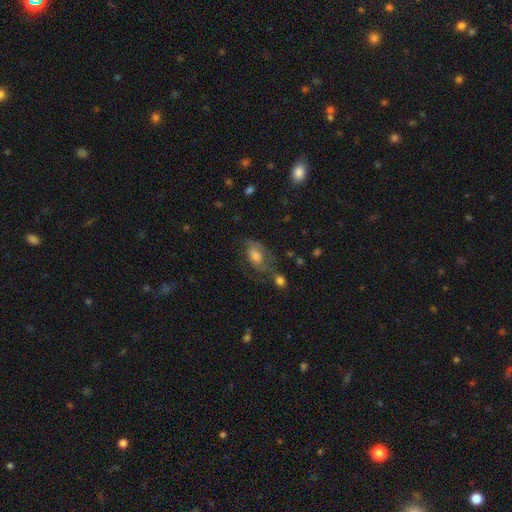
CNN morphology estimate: Q: Smooth or featured?
A: featured or disk (47%); runner-up: smooth (41%)
Q: Merging?
A: none (45%); runner-up: major disturbance (24%)